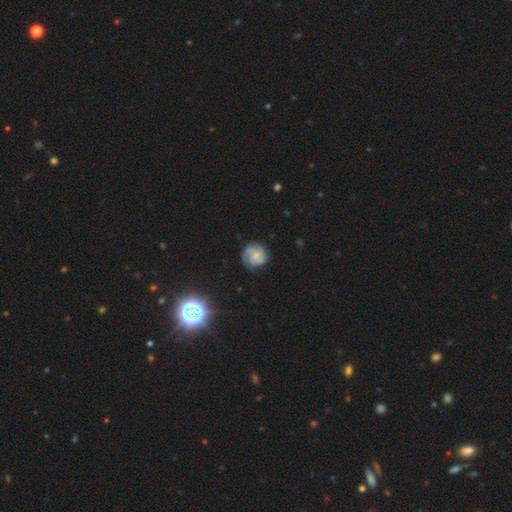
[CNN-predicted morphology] Smooth or featured?
  - featured or disk: 68% *
  - smooth: 24%
  - star or artifact: 8%
Edge-on disk?
  - no: 98% *
  - yes: 2%
Bar?
  - no: 75% *
  - weak: 21%
  - strong: 3%
Spiral arms?
  - yes: 93% *
  - no: 7%
Spiral winding?
  - tight: 52% *
  - medium: 37%
  - loose: 11%
Spiral arm count?
  - 3: 42% *
  - can't tell: 21%
  - 2: 19%
  - 4: 9%
  - 1: 5%
  - more than 4: 4%
Bulge size?
  - small: 60% *
  - moderate: 28%
  - none: 9%
  - large: 2%
  - dominant: 1%
Merging?
  - none: 72% *
  - minor disturbance: 19%
  - major disturbance: 7%
  - merger: 1%